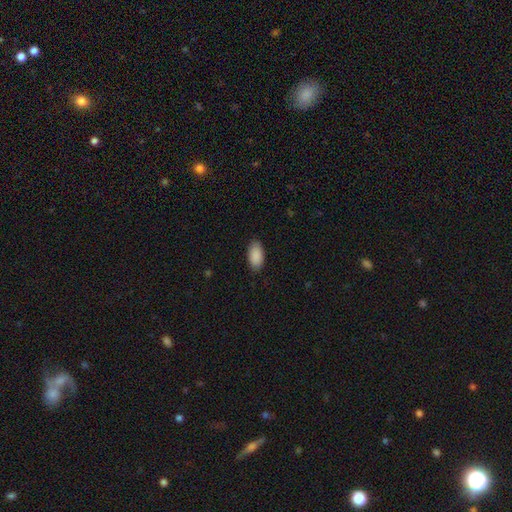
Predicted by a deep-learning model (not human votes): Overall: smooth (91%). How rounded: in between (94%). Merging: none (86%).